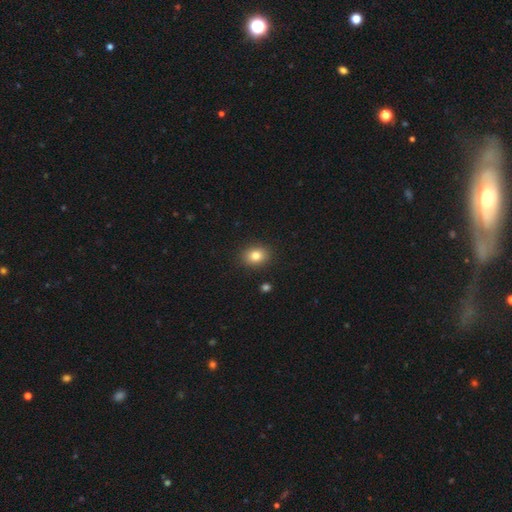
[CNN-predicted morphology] smooth_or_featured: smooth (p=0.82) [alt: star or artifact p=0.10]
how_rounded: in between (p=0.51) [alt: round p=0.48]
merging: none (p=0.89) [alt: minor disturbance p=0.07]